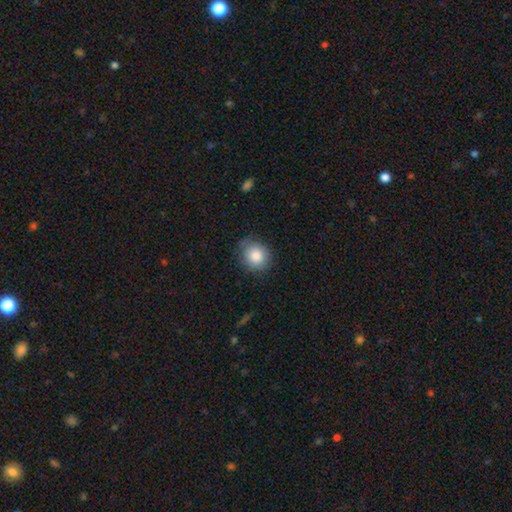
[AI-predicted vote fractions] A smooth galaxy with no disk features (84%) that is round (77%). Merging: none (78%).